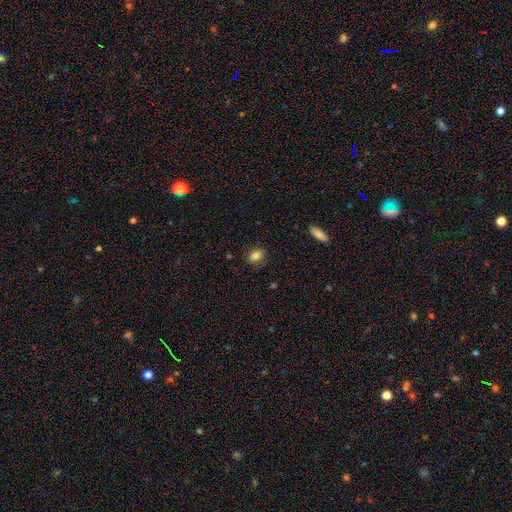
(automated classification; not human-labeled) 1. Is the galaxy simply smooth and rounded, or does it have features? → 82% smooth, 10% star or artifact, 8% featured or disk.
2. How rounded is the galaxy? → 60% in between, 39% round, 2% cigar-shaped.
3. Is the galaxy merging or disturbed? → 82% none, 13% minor disturbance, 3% major disturbance, 1% merger.